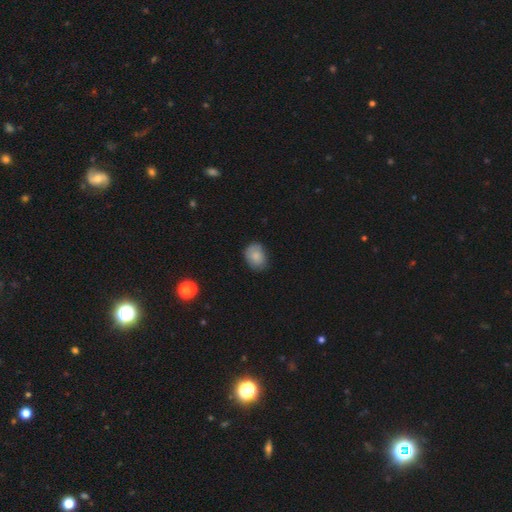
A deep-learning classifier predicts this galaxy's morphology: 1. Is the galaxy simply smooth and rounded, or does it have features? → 83% smooth, 9% featured or disk, 8% star or artifact.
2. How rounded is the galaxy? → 67% in between, 32% round, 1% cigar-shaped.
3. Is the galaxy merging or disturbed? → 76% none, 19% minor disturbance, 3% major disturbance, 1% merger.